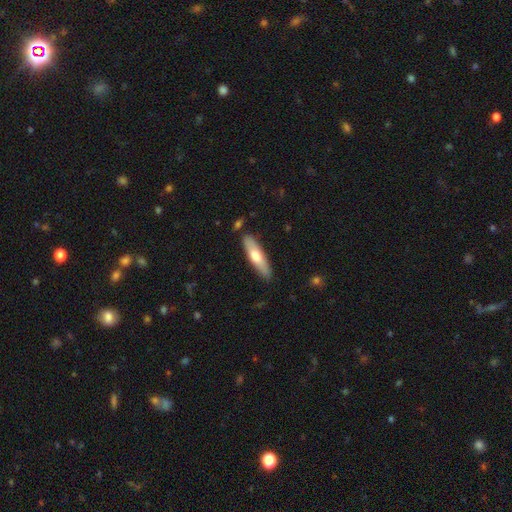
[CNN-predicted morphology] smooth 65%, featured or disk 30%, star or artifact 5%. Down the decision tree: how rounded — cigar-shaped (70%); merging — none (86%).